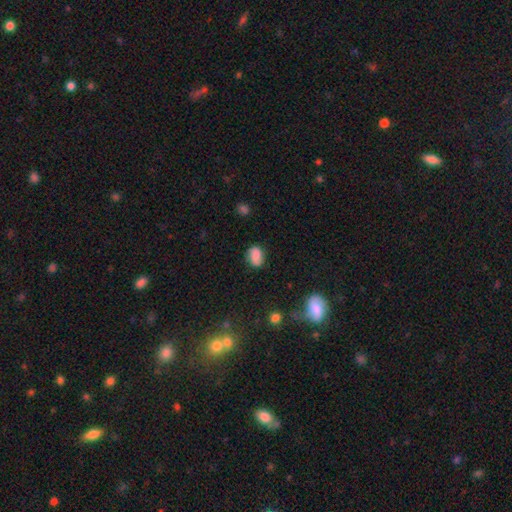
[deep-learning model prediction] This appears to be a smooth galaxy with no disk features (75%) that is in between round and cigar-shaped (75%). Merging: none (70%).